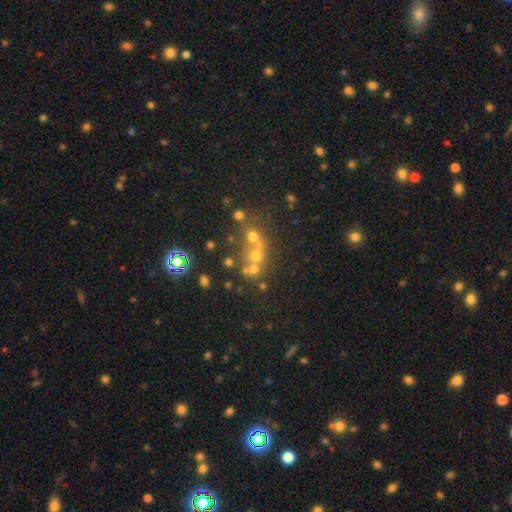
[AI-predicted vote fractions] This is possibly a smooth galaxy (49%). Merging: marginally merger (43%).